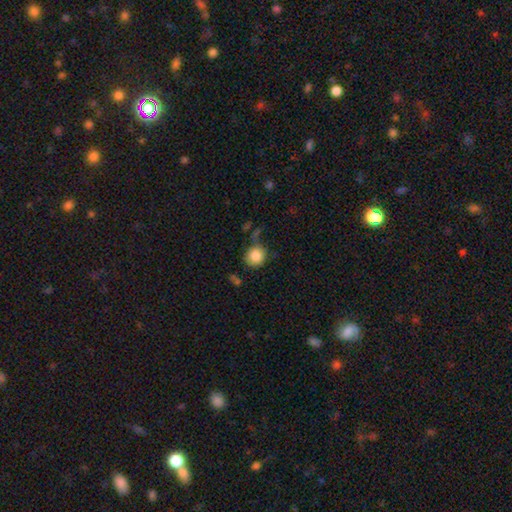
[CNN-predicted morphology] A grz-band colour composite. It shows a smooth galaxy with no disk features (86%) that is round (86%). Merging: none (66%).